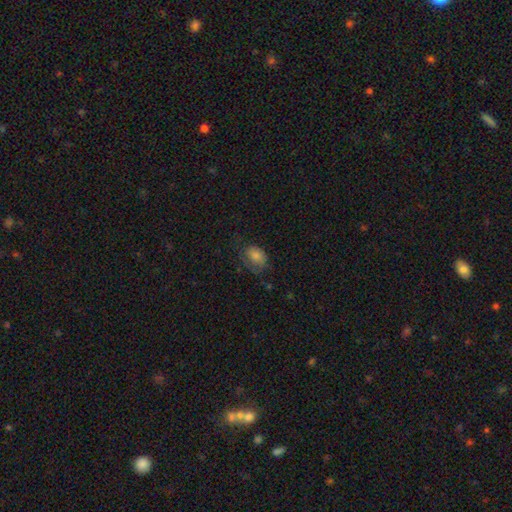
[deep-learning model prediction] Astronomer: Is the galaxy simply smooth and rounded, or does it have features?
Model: smooth — 75%.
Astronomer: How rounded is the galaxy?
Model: in between — 75%.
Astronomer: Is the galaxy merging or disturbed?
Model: none — 52% (runner-up: minor disturbance, 28%).